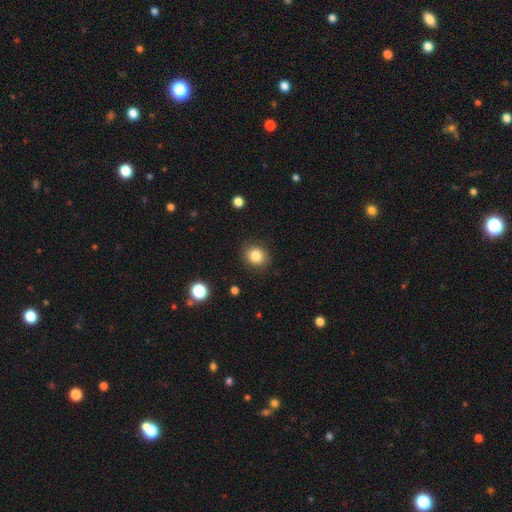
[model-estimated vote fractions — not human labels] Morphology: type=smooth (83%); roundness=round (72%); merging=none (87%).